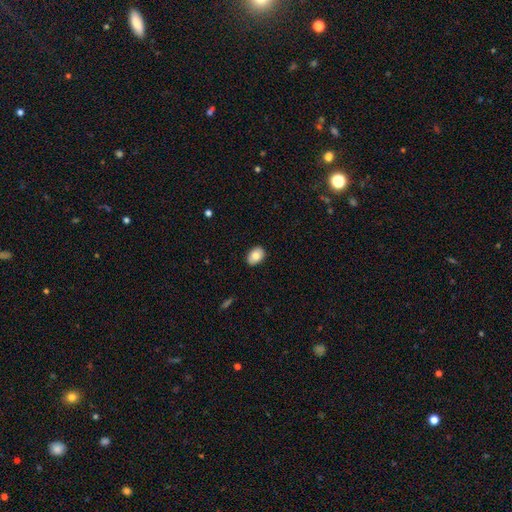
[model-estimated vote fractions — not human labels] A smooth galaxy with no disk features (80%) that is in between round and cigar-shaped (81%). Merging: none (87%).